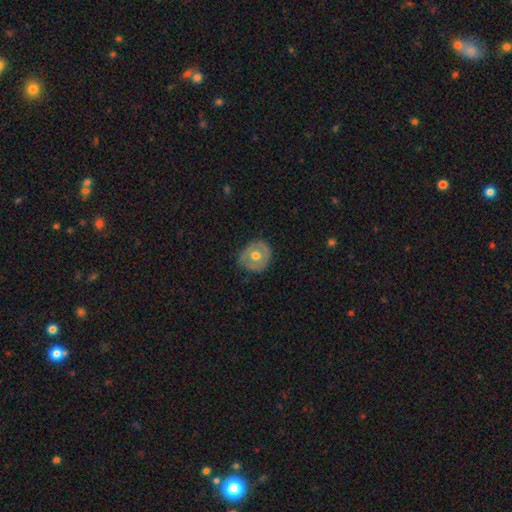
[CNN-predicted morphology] type=smooth (49%); merging=none (79%).